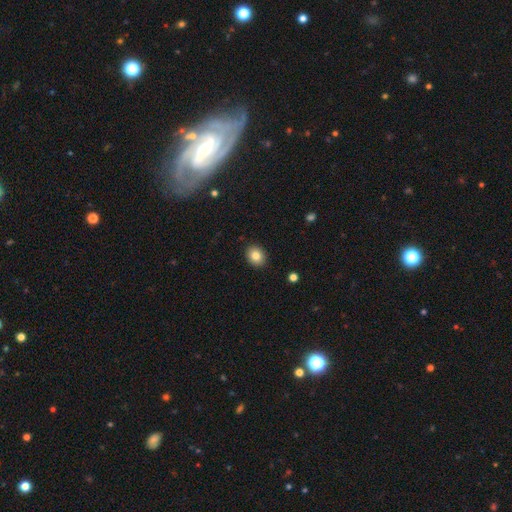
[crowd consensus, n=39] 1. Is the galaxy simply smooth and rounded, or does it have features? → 85% smooth, 10% featured or disk, 5% star or artifact.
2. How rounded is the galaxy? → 52% in between, 45% round, 3% cigar-shaped.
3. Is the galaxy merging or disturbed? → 86% none, 5% minor disturbance, 5% merger, 3% major disturbance.